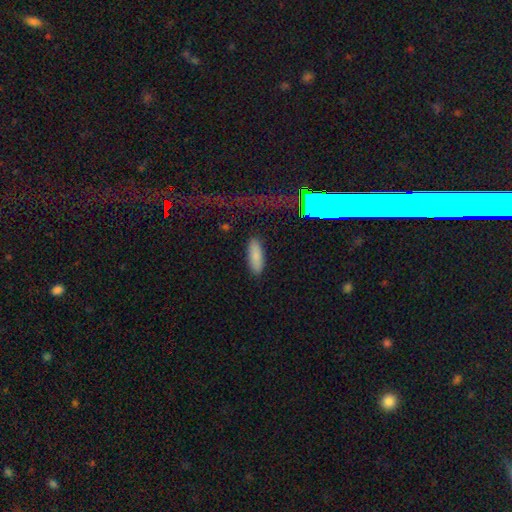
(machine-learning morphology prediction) type=smooth (83%); roundness=in between (65%); merging=none (87%).